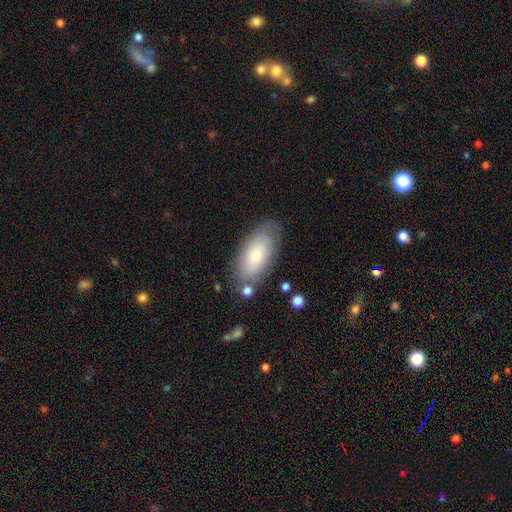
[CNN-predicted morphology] smooth-or-featured: smooth: 71% | featured or disk: 23% | star or artifact: 6%
  how-rounded: in between: 91% | cigar-shaped: 6% | round: 3%
  merging: none: 74% | minor disturbance: 17% | major disturbance: 5% | merger: 4%